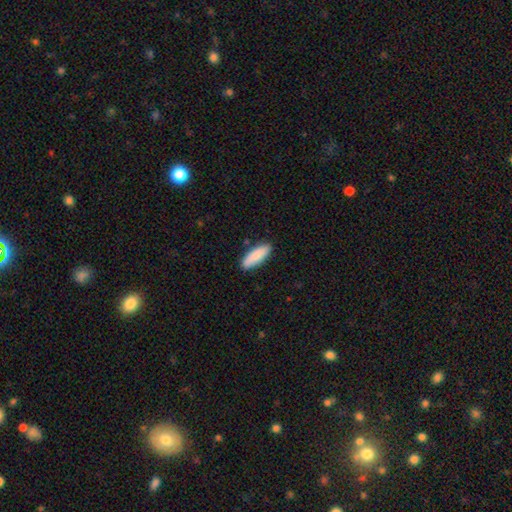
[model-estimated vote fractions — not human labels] This is clearly a smooth galaxy (85%). How rounded: possibly in between (60%). Merging: clearly none (87%).